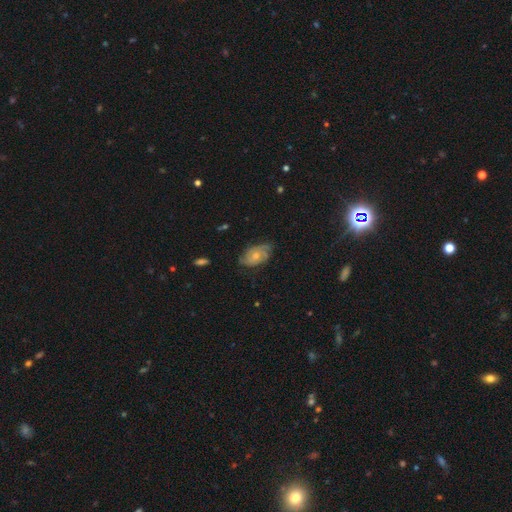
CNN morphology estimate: smooth-or-featured: featured or disk: 65% | smooth: 27% | star or artifact: 7%
  disk-edge-on: no: 96% | yes: 4%
    bar: no: 75% | weak: 22% | strong: 3%
    has-spiral-arms: yes: 89% | no: 11%
      spiral-winding: tight: 46% | medium: 39% | loose: 15%
      spiral-arm-count: 2: 35% | can't tell: 32% | 3: 20% | 4: 5% | 1: 5% | more than 4: 4%
    bulge-size: moderate: 48% | small: 43% | none: 5% | large: 3% | dominant: 1%
  merging: none: 65% | minor disturbance: 25% | major disturbance: 9% | merger: 1%